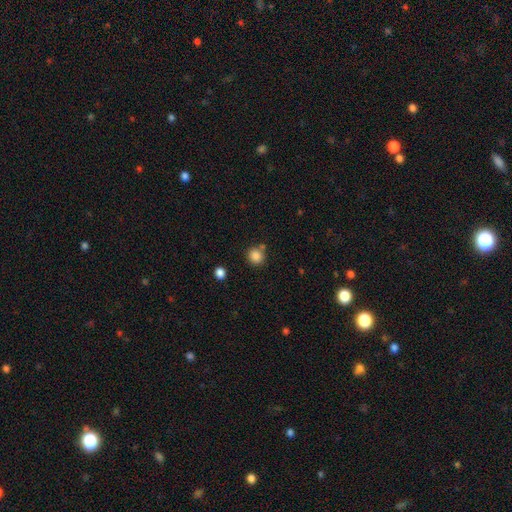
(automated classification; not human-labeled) Smooth or featured? smooth (85%)
How rounded? round (91%)
Merging? none (77%)